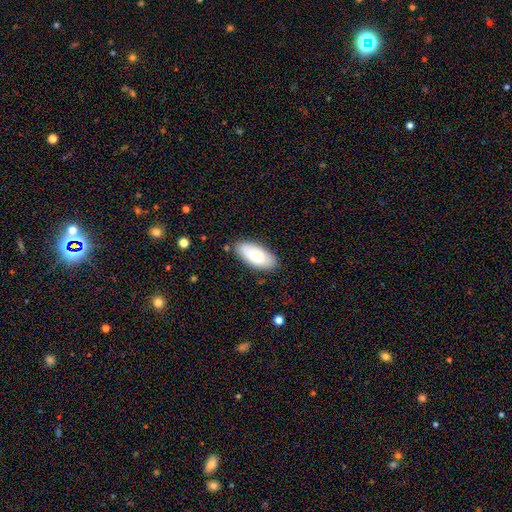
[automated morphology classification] Smooth or featured? smooth (79%)
How rounded? in between (91%)
Merging? none (83%)